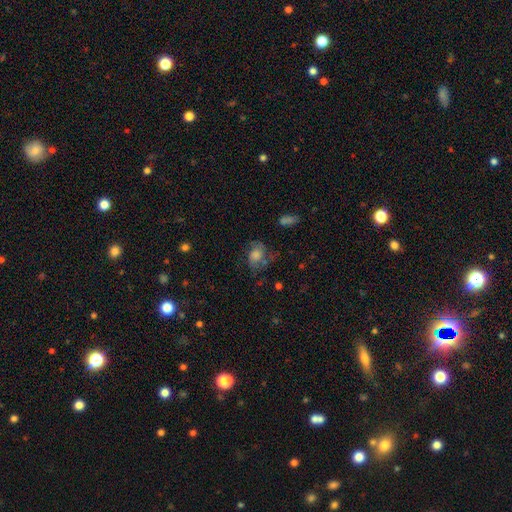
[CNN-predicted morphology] The model was most divided on "smooth or featured": smooth: 44%, featured or disk: 43%, star or artifact: 13%. More confident: merging — none (50%).